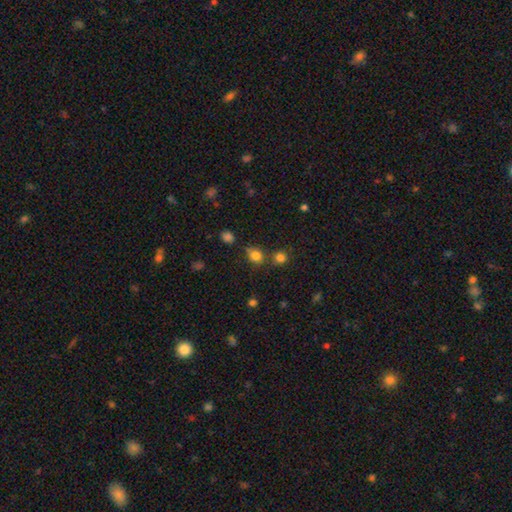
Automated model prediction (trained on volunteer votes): smooth 79%, star or artifact 15%, featured or disk 6%. Down the decision tree: how rounded — round (61%); merging — none (61%).